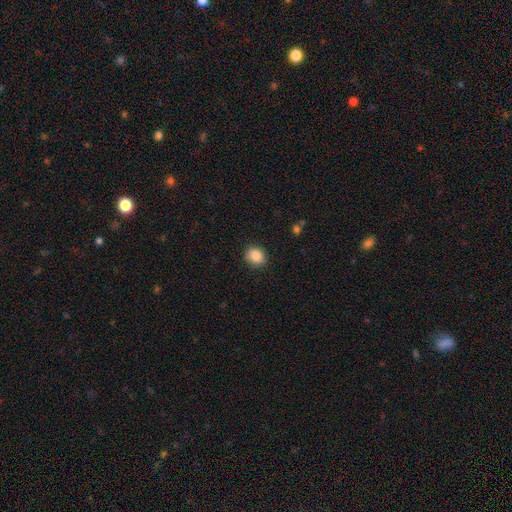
A smooth galaxy with no disk features (86%) that is round (81%). Merging: none (88%).